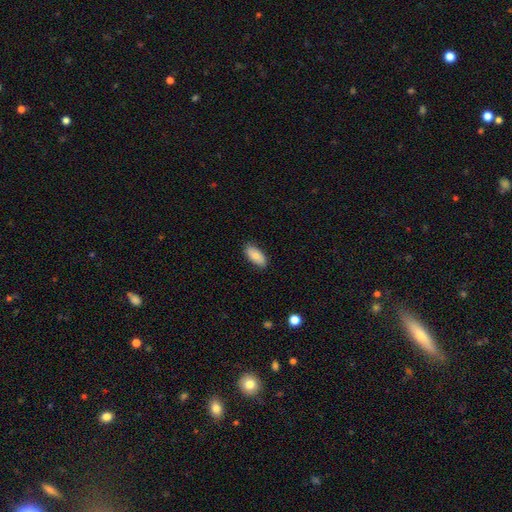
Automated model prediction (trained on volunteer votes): Q: Smooth or featured?
A: smooth (84%); runner-up: featured or disk (10%)
Q: How rounded?
A: in between (89%); runner-up: cigar-shaped (9%)
Q: Merging?
A: none (87%); runner-up: minor disturbance (10%)